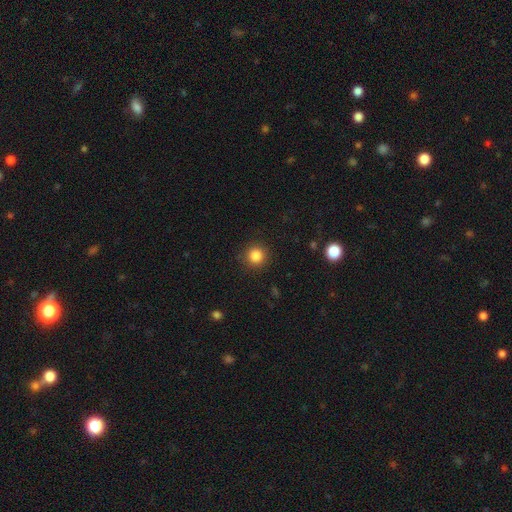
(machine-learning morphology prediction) This is clearly a smooth galaxy (85%). How rounded: clearly round (94%). Merging: clearly none (90%).